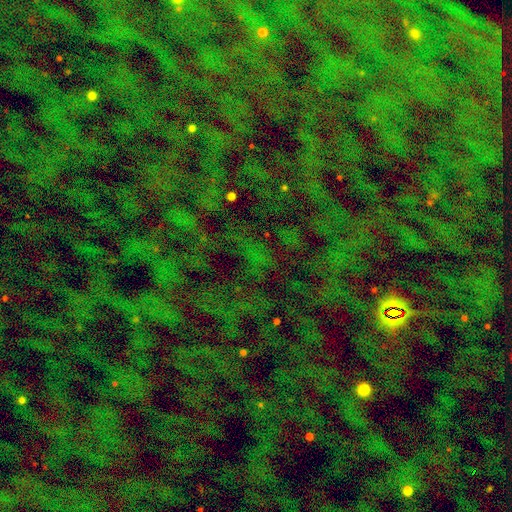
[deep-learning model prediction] Smooth or featured? star or artifact (75%)